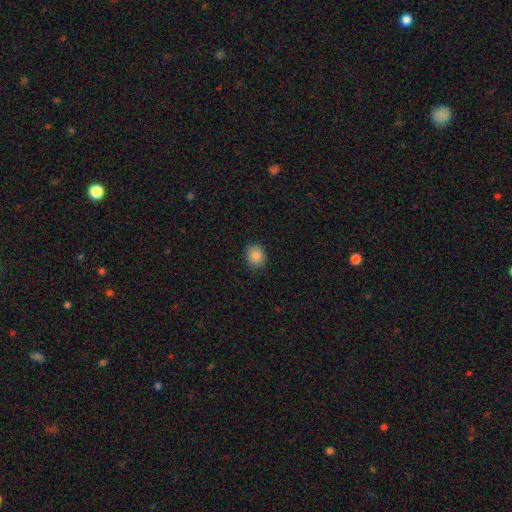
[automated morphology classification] A smooth galaxy with no disk features (86%) that is round (65%).

Vote fractions:
- Smooth or featured? smooth: 86% / star or artifact: 9% / featured or disk: 5%
- How rounded? round: 65% / in between: 34% / cigar-shaped: 1%
- Merging? none: 83% / minor disturbance: 13% / major disturbance: 3% / merger: 1%